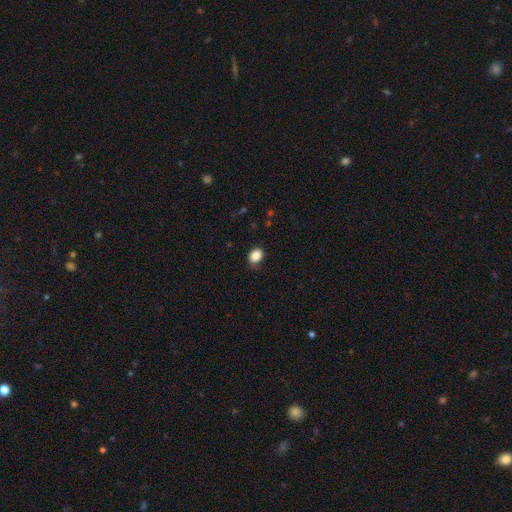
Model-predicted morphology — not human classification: smooth-or-featured: smooth: 87% | star or artifact: 9% | featured or disk: 4%
  how-rounded: in between: 61% | round: 38% | cigar-shaped: 1%
  merging: none: 74% | minor disturbance: 21% | major disturbance: 5% | merger: 1%